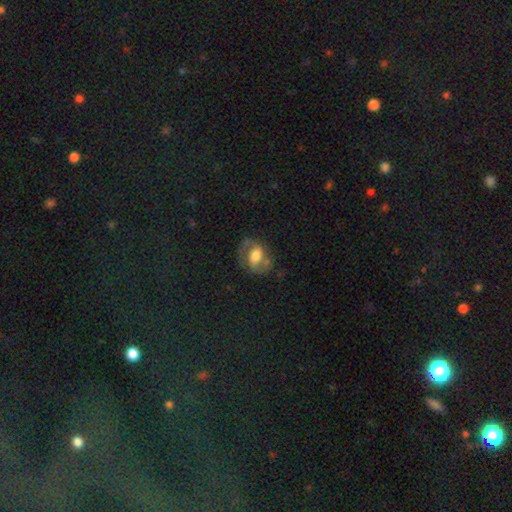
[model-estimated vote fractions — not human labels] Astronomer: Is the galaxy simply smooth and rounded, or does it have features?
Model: featured or disk — 57% (runner-up: smooth, 36%).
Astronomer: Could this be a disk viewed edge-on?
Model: no — 96%.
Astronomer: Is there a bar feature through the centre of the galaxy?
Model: no — 48% (runner-up: weak, 36%).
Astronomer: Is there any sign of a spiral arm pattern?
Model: yes — 73%.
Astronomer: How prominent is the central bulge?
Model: large — 42% (runner-up: moderate, 39%).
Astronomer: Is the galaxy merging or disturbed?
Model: none — 57%.